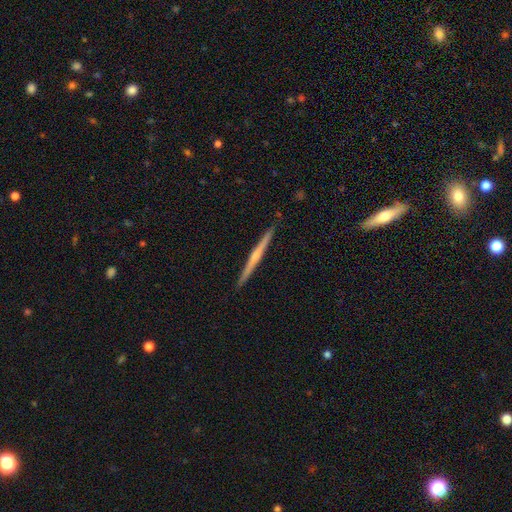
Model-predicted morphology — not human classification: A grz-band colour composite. It shows a featured or disk galaxy (71%) viewed edge-on (98%) with a rounded central bulge (62%). Merging: none (92%).